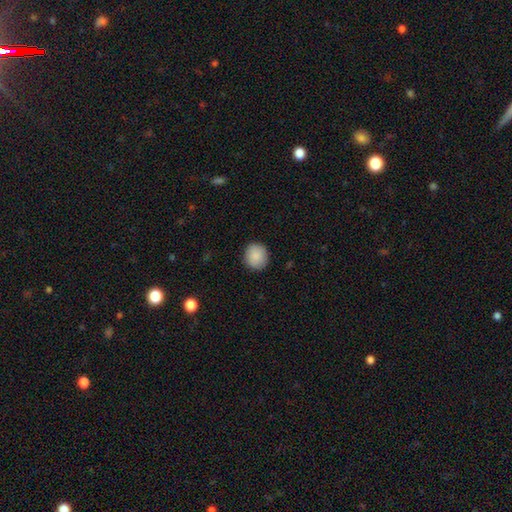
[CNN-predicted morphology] smooth 89%, star or artifact 7%, featured or disk 4%. Down the decision tree: how rounded — round (88%); merging — none (90%).